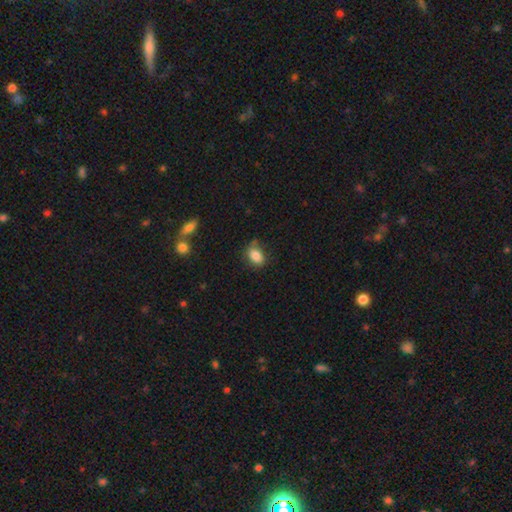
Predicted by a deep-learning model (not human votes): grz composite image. It shows a smooth galaxy with no disk features (85%) that is in between round and cigar-shaped (84%). Merging: none (65%).